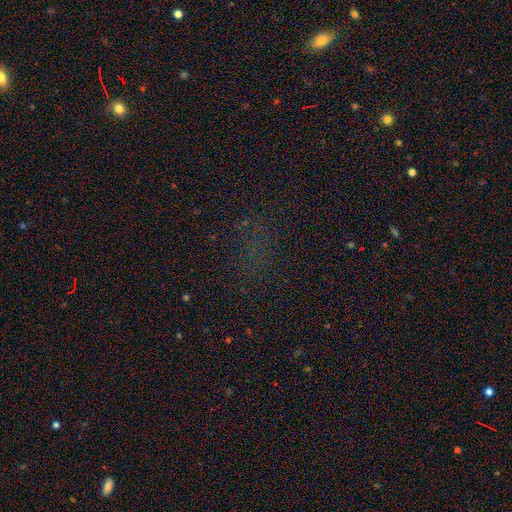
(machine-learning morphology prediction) Q: Smooth or featured?
A: star or artifact (60%); runner-up: smooth (29%)